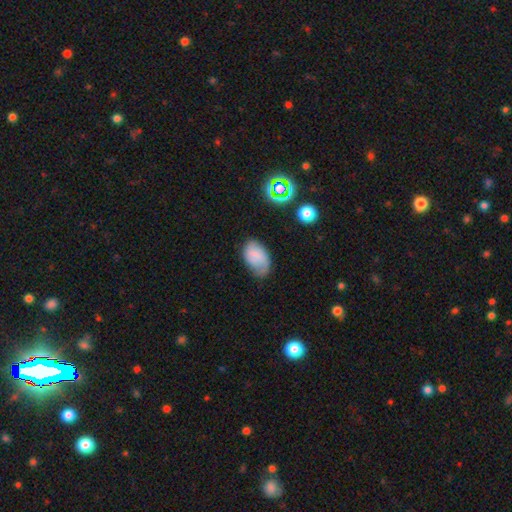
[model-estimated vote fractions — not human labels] The model was most divided on "merging": none: 53%, minor disturbance: 34%, major disturbance: 11%, merger: 2%. More confident: how rounded — in between (90%); smooth or featured — smooth (64%).